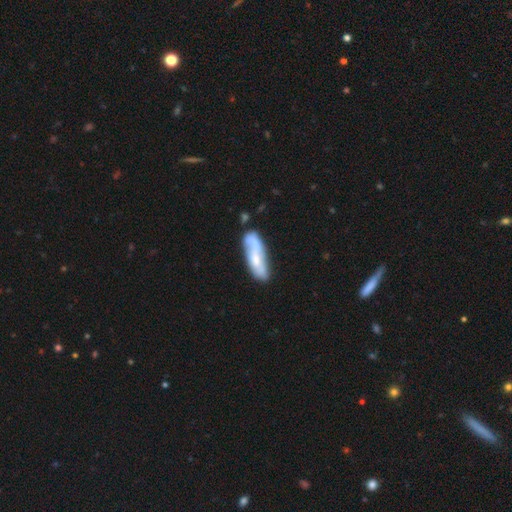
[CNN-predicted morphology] This is possibly a featured or disk galaxy (49%). Merging: likely none (62%).